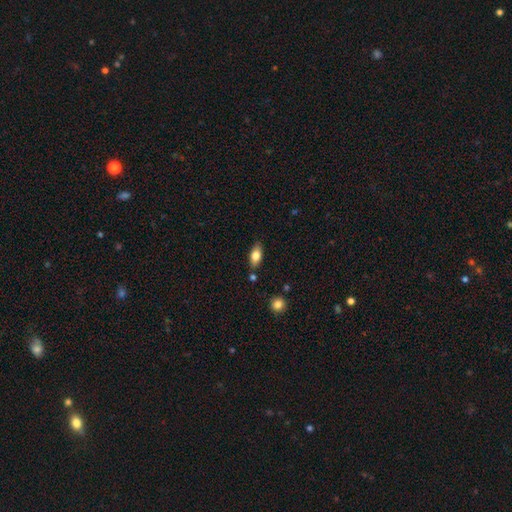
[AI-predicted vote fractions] Smooth or featured? Predicted: smooth (p=0.77). How rounded? Predicted: in between (p=0.86). Merging? Predicted: none (p=0.80).